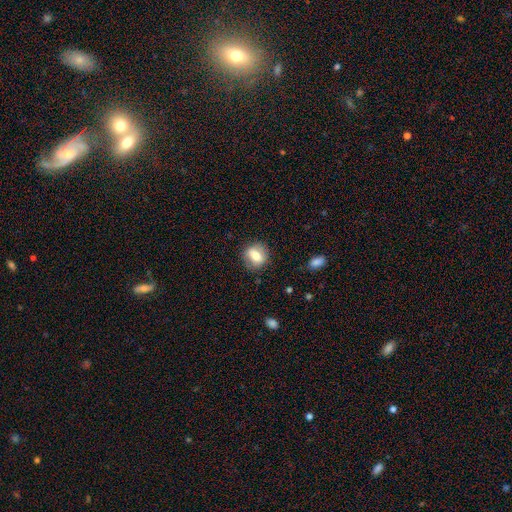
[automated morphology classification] A smooth galaxy with no disk features (62%) that is round (62%).

Vote fractions:
- Smooth or featured? smooth: 62% / featured or disk: 30% / star or artifact: 8%
- How rounded? round: 62% / in between: 35% / cigar-shaped: 3%
- Merging? none: 83% / minor disturbance: 12% / major disturbance: 4% / merger: 1%